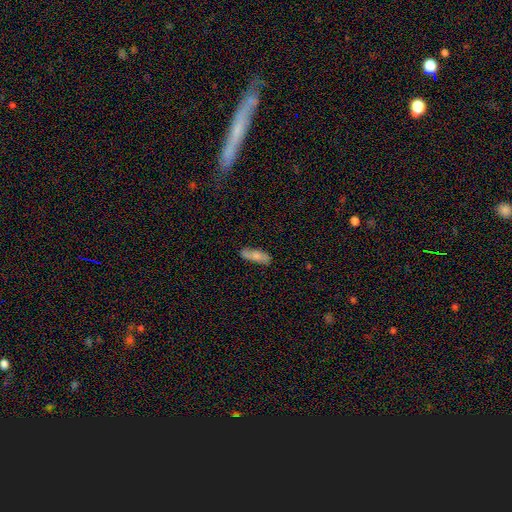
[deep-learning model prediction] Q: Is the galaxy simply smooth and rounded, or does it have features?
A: smooth — 70%.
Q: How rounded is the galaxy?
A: in between — 59%.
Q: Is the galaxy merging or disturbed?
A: none — 76%.